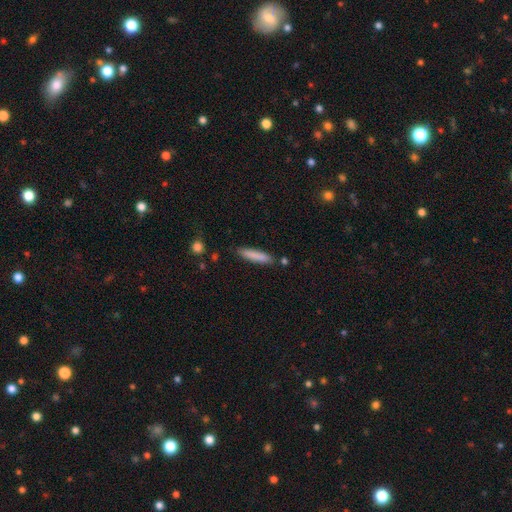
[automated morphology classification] Smooth or featured? Predicted: smooth (p=0.82). How rounded? Predicted: cigar-shaped (p=0.88). Merging? Predicted: none (p=0.82).